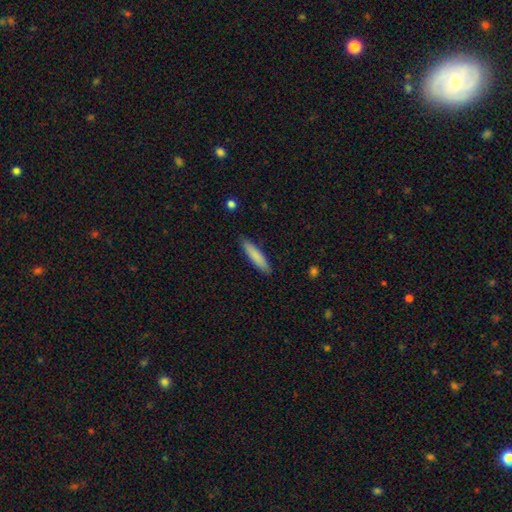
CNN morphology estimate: smooth-or-featured: smooth: 83% | featured or disk: 11% | star or artifact: 6%
  how-rounded: cigar-shaped: 85% | in between: 14% | round: 1%
  merging: none: 89% | minor disturbance: 9% | major disturbance: 2% | merger: 1%